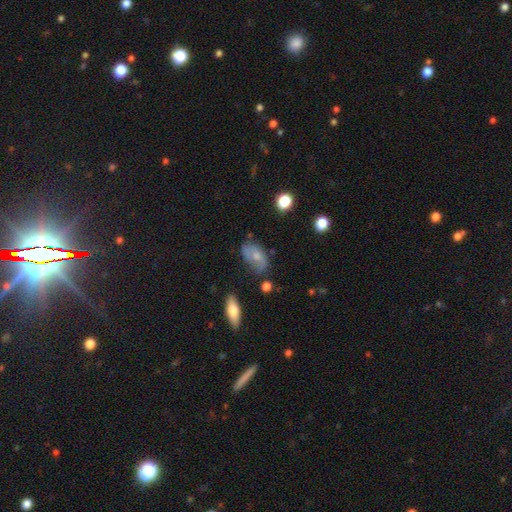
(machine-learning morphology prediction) Smooth or featured? smooth (59%)
How rounded? in between (90%)
Merging? none (50%)